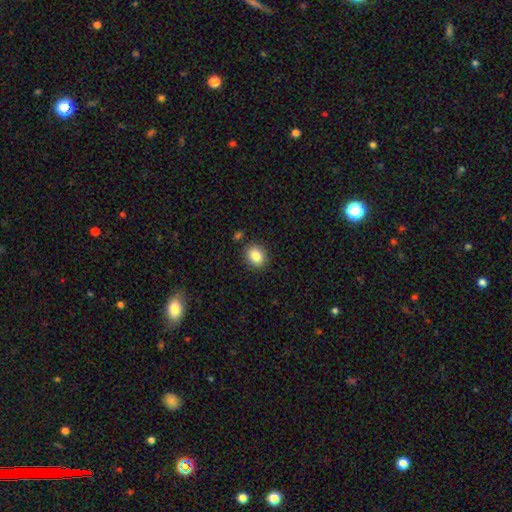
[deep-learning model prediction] Smooth or featured? smooth (84%)
How rounded? round (61%)
Merging? none (87%)